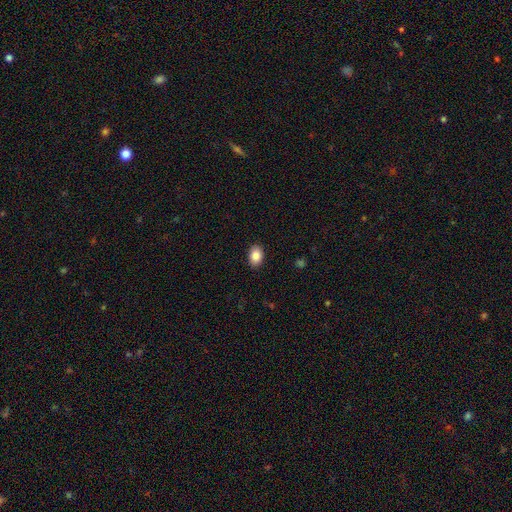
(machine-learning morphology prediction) The model was most divided on "how rounded": in between: 79%, round: 20%, cigar-shaped: 1%. More confident: merging — none (90%); smooth or featured — smooth (86%).